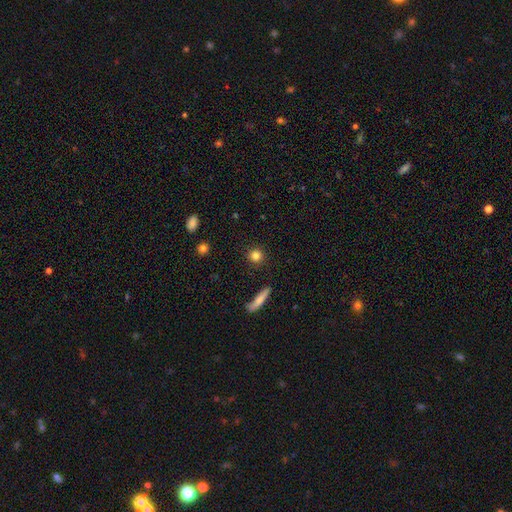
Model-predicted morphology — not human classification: smooth_or_featured: smooth (p=0.82) [alt: star or artifact p=0.10]
how_rounded: round (p=0.90) [alt: in between p=0.08]
merging: none (p=0.90) [alt: minor disturbance p=0.06]